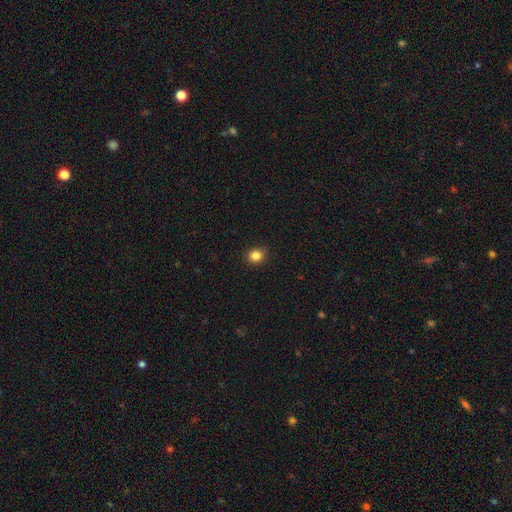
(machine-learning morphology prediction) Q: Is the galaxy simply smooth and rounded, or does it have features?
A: smooth — 85%.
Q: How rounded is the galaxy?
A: round — 80%.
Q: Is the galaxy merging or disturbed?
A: none — 88%.